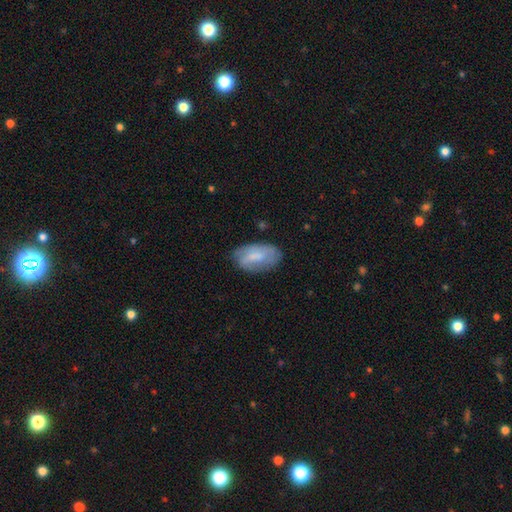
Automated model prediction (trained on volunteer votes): Smooth or featured: smooth — 58% (featured or disk — 35%)
How rounded: in between — 93% (round — 4%)
Merging: none — 66% (minor disturbance — 25%)